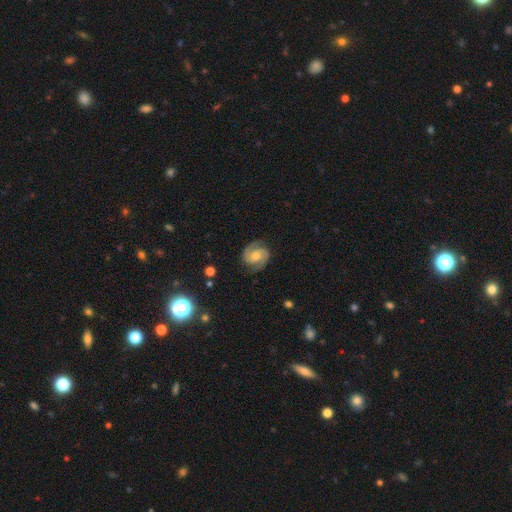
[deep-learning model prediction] Smooth or featured: featured or disk — 83% (smooth — 10%)
Edge-on disk: no — 98% (yes — 2%)
Bar: no — 59% (weak — 33%)
Spiral arms: yes — 97% (no — 3%)
Spiral winding: medium — 47% (tight — 42%)
Spiral arm count: 2 — 92% (can't tell — 3%)
Bulge size: moderate — 56% (small — 33%)
Merging: none — 83% (minor disturbance — 12%)